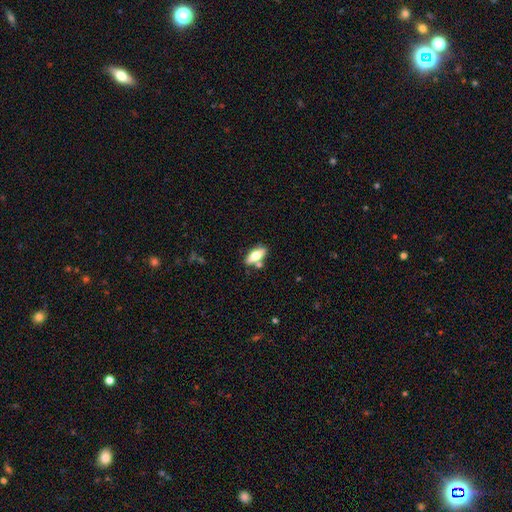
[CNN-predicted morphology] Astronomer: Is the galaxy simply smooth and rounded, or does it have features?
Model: smooth — 60%.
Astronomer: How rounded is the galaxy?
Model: in between — 68%.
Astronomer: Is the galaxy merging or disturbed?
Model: none — 72%.